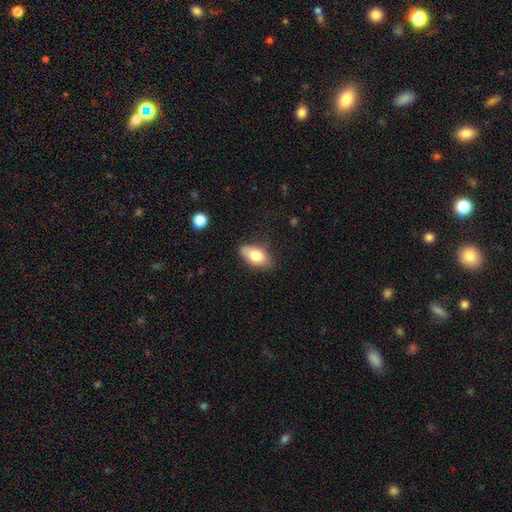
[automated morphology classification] Q: Smooth or featured?
A: smooth (77%); runner-up: featured or disk (16%)
Q: How rounded?
A: in between (90%); runner-up: cigar-shaped (5%)
Q: Merging?
A: none (76%); runner-up: minor disturbance (18%)